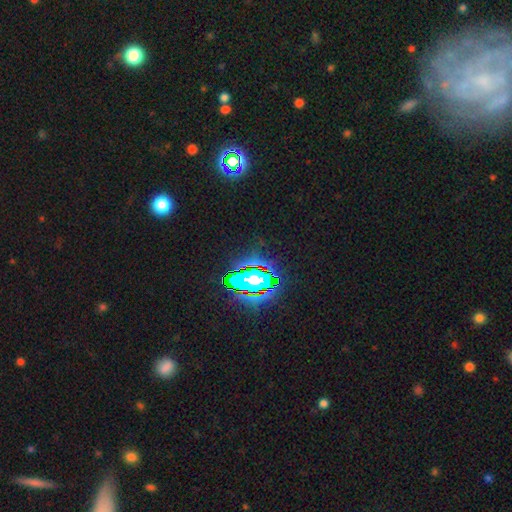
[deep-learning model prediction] Smooth or featured?
  - star or artifact: 75% *
  - featured or disk: 13%
  - smooth: 13%